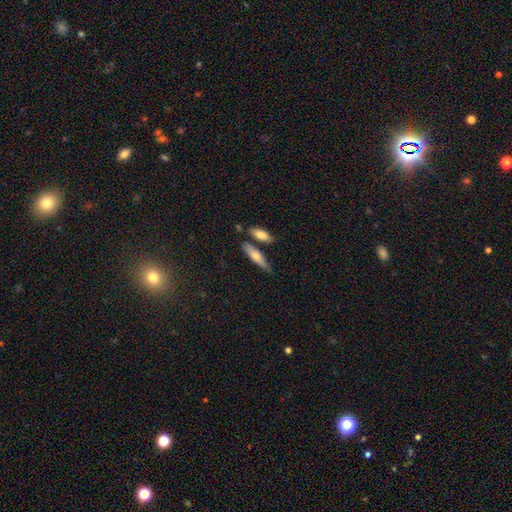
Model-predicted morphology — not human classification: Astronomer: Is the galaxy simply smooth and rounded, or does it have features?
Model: smooth — 66%.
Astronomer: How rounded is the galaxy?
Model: cigar-shaped — 67%.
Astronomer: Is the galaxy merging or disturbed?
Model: none — 67%.